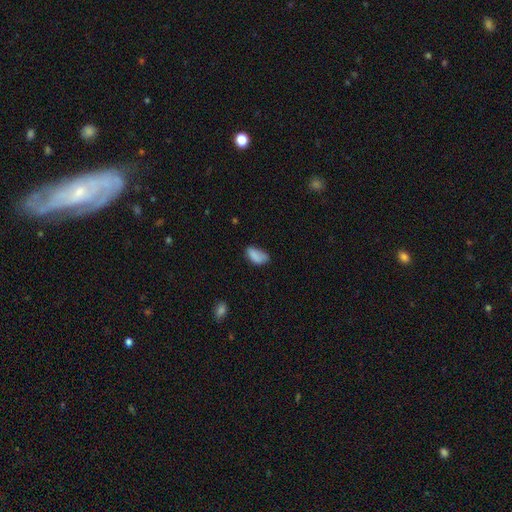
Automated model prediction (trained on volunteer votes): A smooth galaxy with no disk features (82%) that is in between round and cigar-shaped (92%). Merging: none (48%).